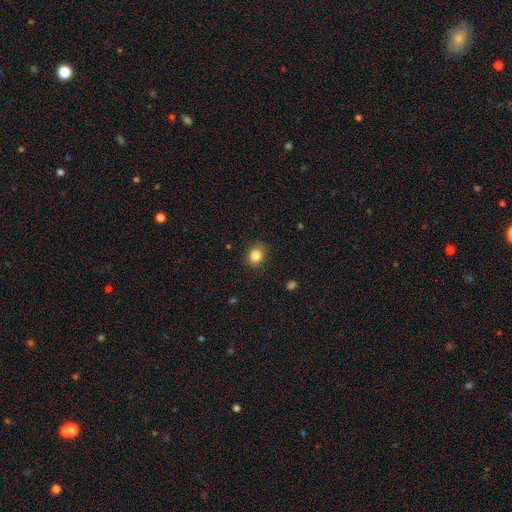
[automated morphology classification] The model was most divided on "how rounded": round: 63%, in between: 36%, cigar-shaped: 1%. More confident: merging — none (87%); smooth or featured — smooth (85%).